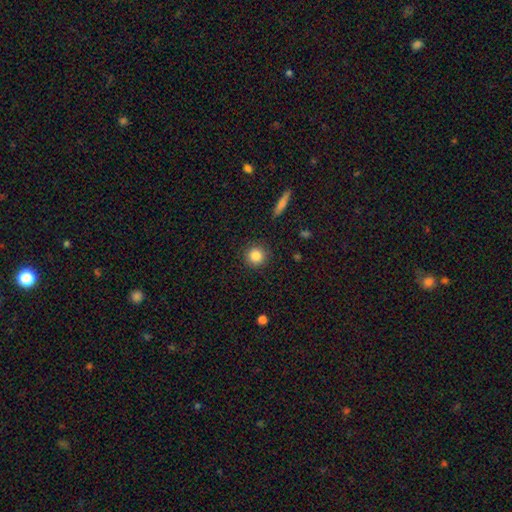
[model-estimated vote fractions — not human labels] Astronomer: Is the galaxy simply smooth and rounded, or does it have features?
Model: smooth — 85%.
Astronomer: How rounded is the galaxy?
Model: round — 93%.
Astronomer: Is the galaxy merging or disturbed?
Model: none — 90%.